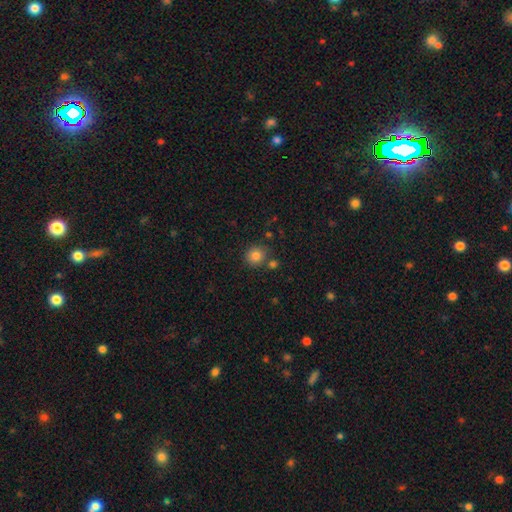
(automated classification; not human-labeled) smooth-or-featured: smooth: 83% | star or artifact: 11% | featured or disk: 6%
  how-rounded: round: 88% | in between: 11% | cigar-shaped: 1%
  merging: none: 78% | merger: 11% | minor disturbance: 9% | major disturbance: 3%